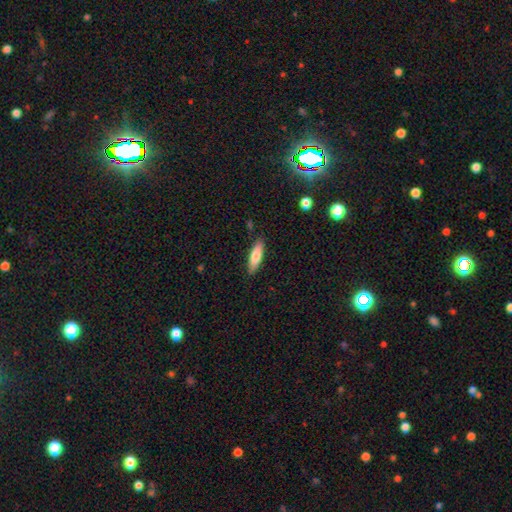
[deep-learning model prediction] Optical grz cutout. It shows a smooth galaxy with no disk features (79%) that is cigar-shaped (58%). Merging: none (86%).